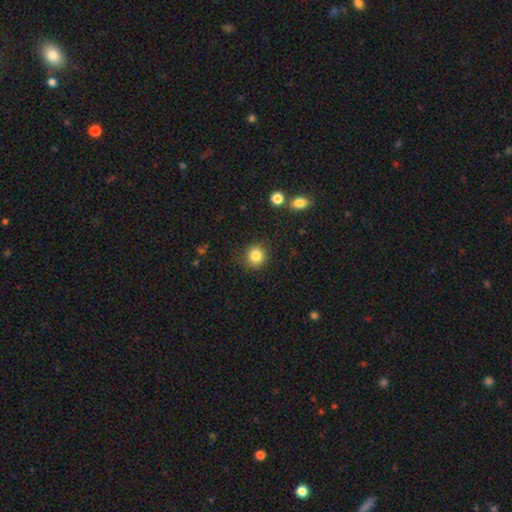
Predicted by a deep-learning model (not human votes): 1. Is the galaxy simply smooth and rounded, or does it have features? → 84% smooth, 11% star or artifact, 6% featured or disk.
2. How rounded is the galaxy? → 88% round, 11% in between, 1% cigar-shaped.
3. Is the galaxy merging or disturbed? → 85% none, 10% minor disturbance, 3% major disturbance, 2% merger.